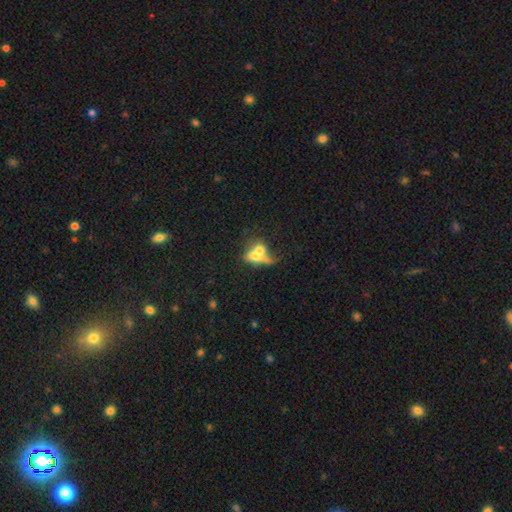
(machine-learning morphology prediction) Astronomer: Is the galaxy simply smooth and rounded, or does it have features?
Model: smooth — 59%.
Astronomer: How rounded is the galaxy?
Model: in between — 59%.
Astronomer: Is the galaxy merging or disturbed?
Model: merger — 69%.